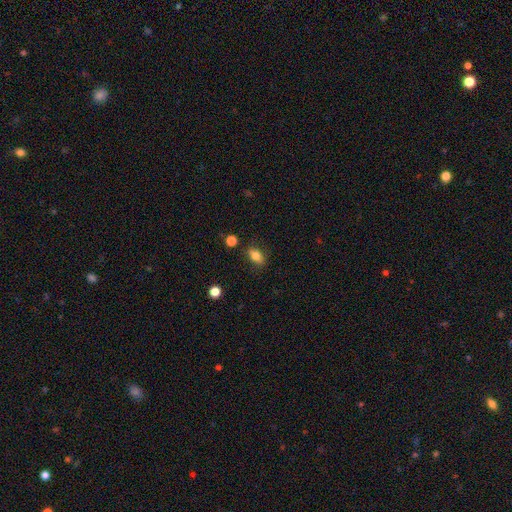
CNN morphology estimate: The model was most divided on "how rounded": in between: 83%, round: 12%, cigar-shaped: 5%. More confident: merging — none (83%); smooth or featured — smooth (81%).